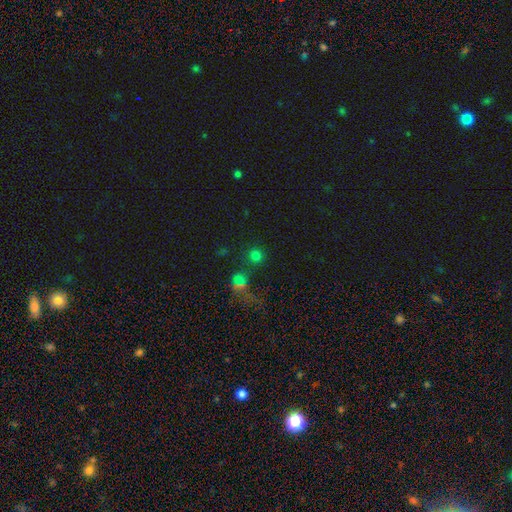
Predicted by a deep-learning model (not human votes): Smooth or featured: smooth — 69% (star or artifact — 25%)
How rounded: round — 91% (in between — 8%)
Merging: none — 72% (merger — 14%)